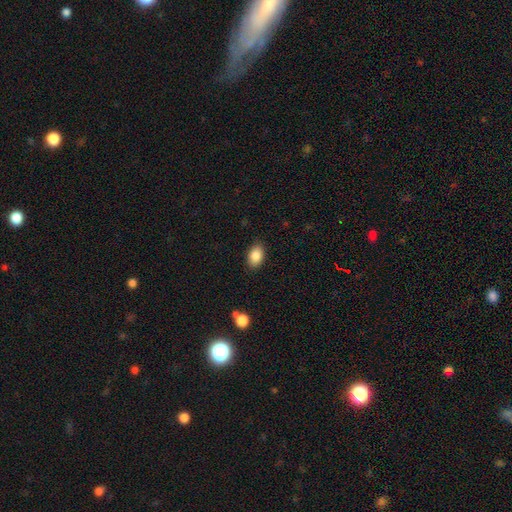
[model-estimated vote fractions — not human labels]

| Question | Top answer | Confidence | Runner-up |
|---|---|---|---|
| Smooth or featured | smooth | 88% | star or artifact (8%) |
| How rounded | in between | 86% | round (12%) |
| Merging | none | 87% | minor disturbance (9%) |